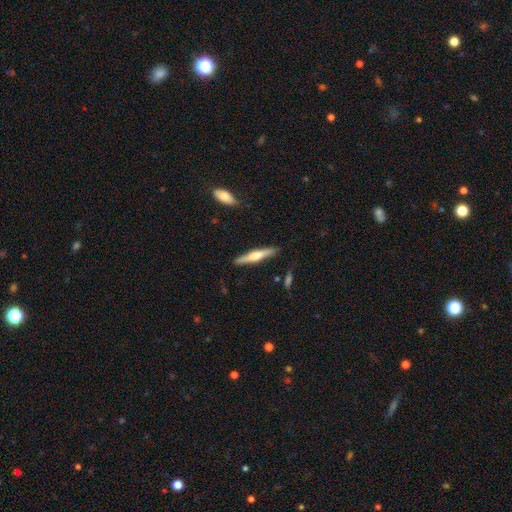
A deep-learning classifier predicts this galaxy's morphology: type=featured or disk (60%); edge-on=yes (97%); edge-on bulge=rounded (79%); merging=none (89%).